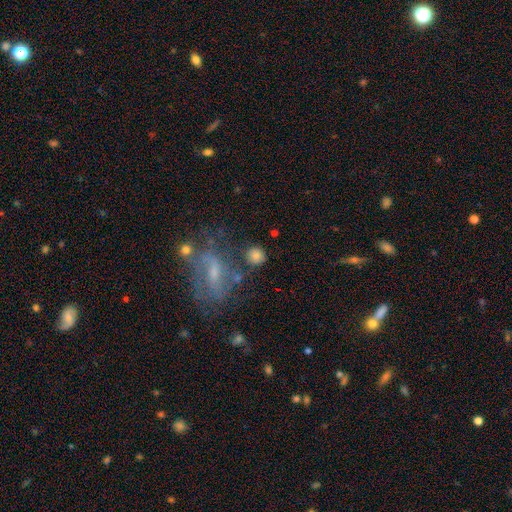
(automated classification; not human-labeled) smooth-or-featured: smooth: 79% | featured or disk: 11% | star or artifact: 10%
  how-rounded: round: 87% | in between: 12% | cigar-shaped: 1%
  merging: none: 75% | minor disturbance: 12% | merger: 8% | major disturbance: 6%